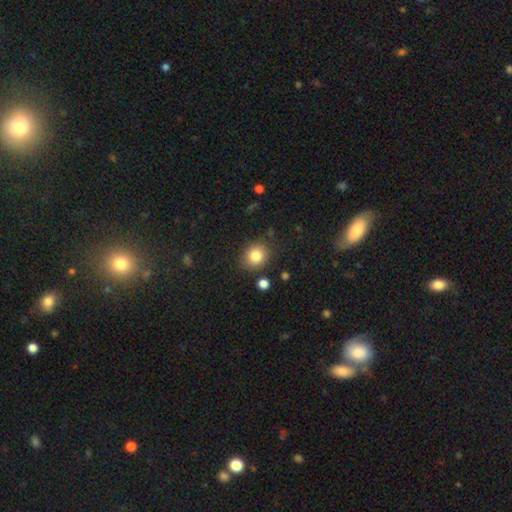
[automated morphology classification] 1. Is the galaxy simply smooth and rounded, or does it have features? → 83% smooth, 10% star or artifact, 7% featured or disk.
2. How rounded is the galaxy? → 69% round, 30% in between, 1% cigar-shaped.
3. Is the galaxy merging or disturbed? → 83% none, 11% minor disturbance, 3% major disturbance, 3% merger.